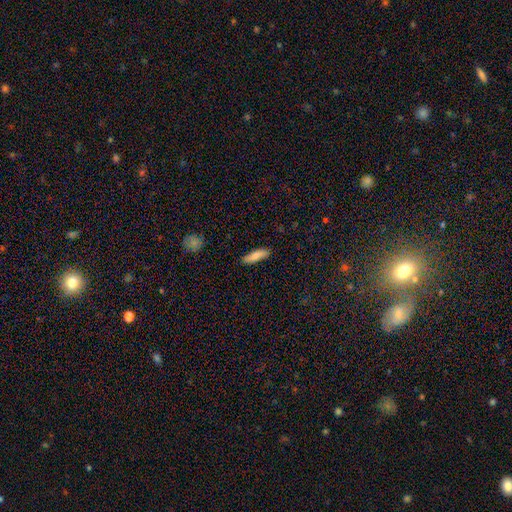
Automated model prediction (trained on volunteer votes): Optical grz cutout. It shows a smooth galaxy with no disk features (82%) that is cigar-shaped (63%). Merging: none (87%).